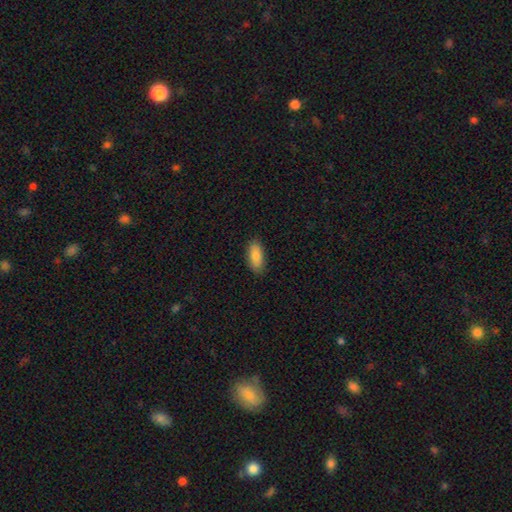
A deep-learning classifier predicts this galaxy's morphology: Smooth or featured? Predicted: smooth (p=0.85). How rounded? Predicted: in between (p=0.86). Merging? Predicted: none (p=0.87).